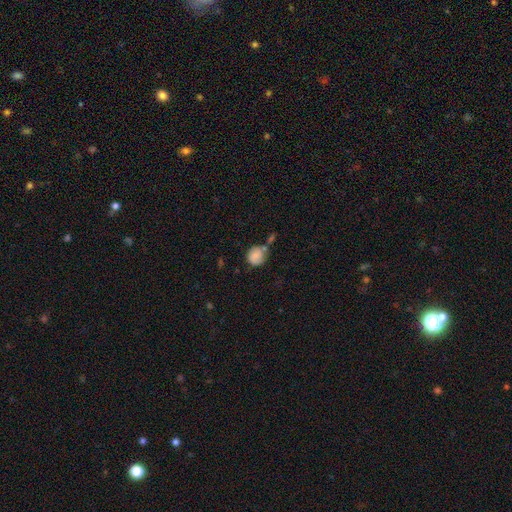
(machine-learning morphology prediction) Smooth or featured? Predicted: smooth (p=0.69). How rounded? Predicted: round (p=0.79). Merging? Predicted: none (p=0.47).